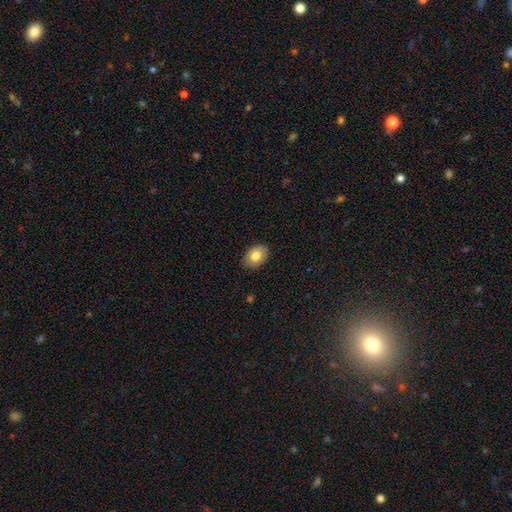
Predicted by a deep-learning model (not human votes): This appears to be a smooth galaxy with no disk features (81%) that is in between round and cigar-shaped (81%). Merging: none (87%).